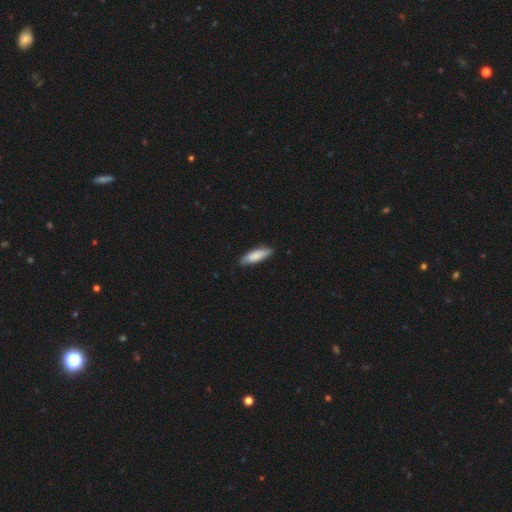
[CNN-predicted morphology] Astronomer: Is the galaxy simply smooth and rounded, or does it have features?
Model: smooth — 80%.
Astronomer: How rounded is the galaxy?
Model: cigar-shaped — 50% (runner-up: in between, 48%).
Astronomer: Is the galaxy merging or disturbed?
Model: none — 80%.